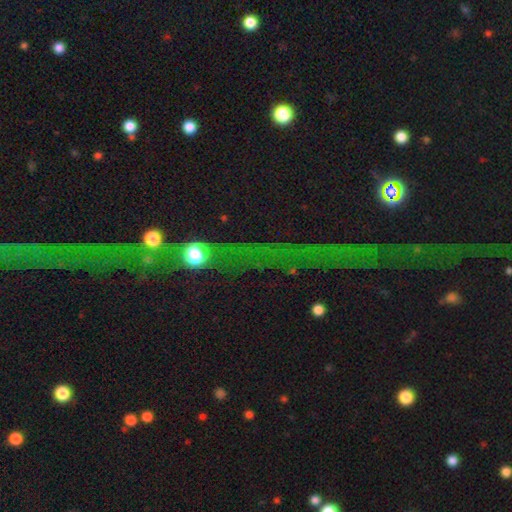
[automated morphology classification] smooth_or_featured: star or artifact (p=0.73) [alt: featured or disk p=0.15]